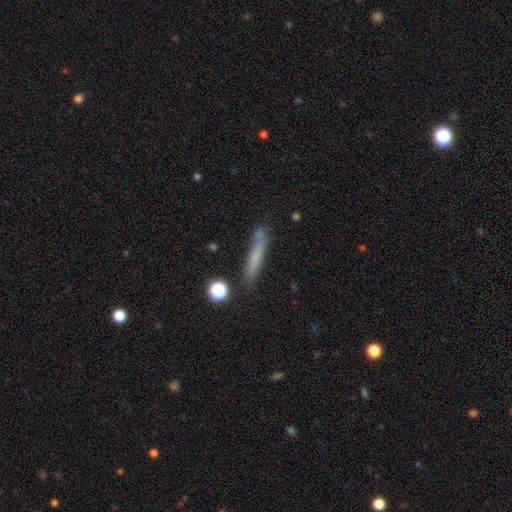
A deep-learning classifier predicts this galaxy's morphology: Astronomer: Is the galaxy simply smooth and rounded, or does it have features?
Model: smooth — 65%.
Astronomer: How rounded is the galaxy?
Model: cigar-shaped — 92%.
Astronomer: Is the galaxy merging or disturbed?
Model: none — 77%.